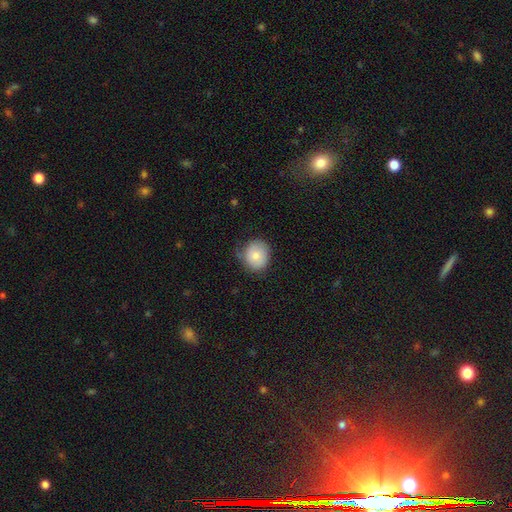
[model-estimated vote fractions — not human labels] A smooth galaxy with no disk features (80%) that is round (75%).

Vote fractions:
- Smooth or featured? smooth: 80% / featured or disk: 12% / star or artifact: 8%
- How rounded? round: 75% / in between: 24% / cigar-shaped: 1%
- Merging? none: 61% / minor disturbance: 30% / major disturbance: 8% / merger: 2%